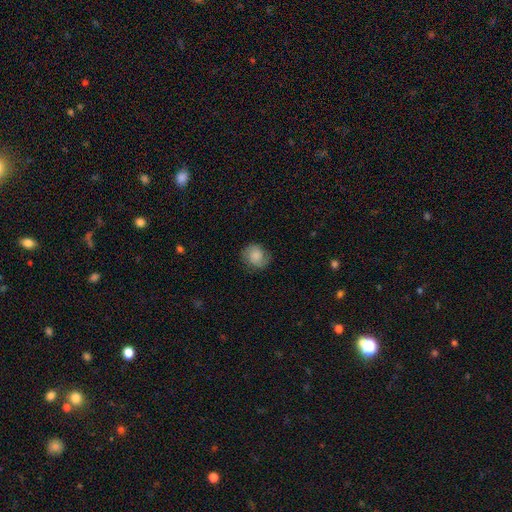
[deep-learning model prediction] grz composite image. It shows a smooth galaxy with no disk features (67%) that is round (75%). Merging: none (77%).